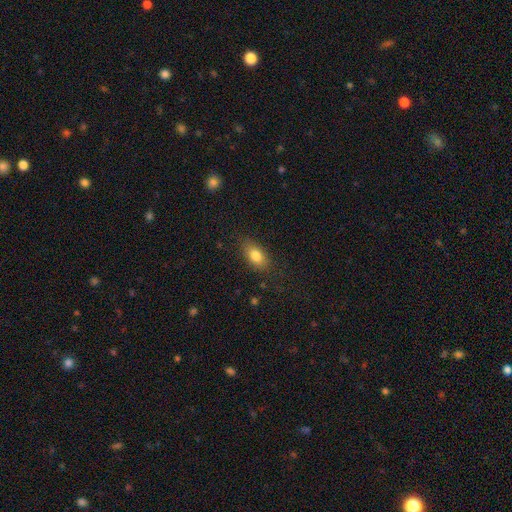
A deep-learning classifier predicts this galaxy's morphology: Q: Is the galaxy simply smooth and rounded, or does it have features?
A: smooth — 81%.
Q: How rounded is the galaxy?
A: in between — 86%.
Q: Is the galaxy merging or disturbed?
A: none — 80%.